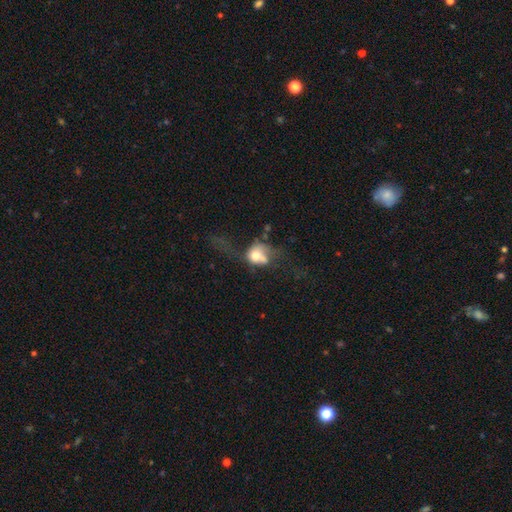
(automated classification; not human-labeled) This appears to be a smooth galaxy with no disk features (59%) that is round (52%). Merging: major disturbance (41%).